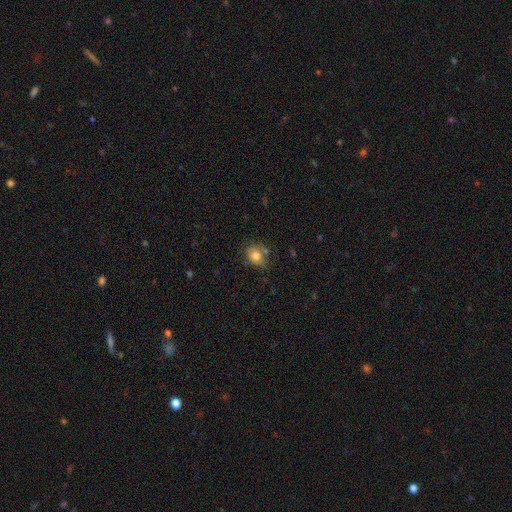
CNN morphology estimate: smooth_or_featured: smooth (p=0.79) [alt: featured or disk p=0.11]
how_rounded: in between (p=0.56) [alt: round p=0.42]
merging: none (p=0.64) [alt: minor disturbance p=0.22]